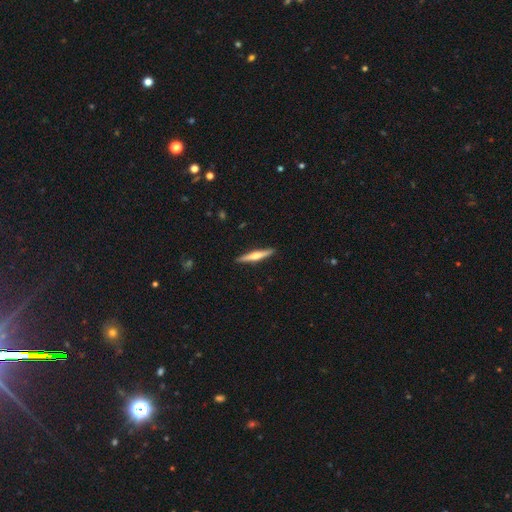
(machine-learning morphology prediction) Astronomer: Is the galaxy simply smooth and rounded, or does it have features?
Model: featured or disk — 58% (runner-up: smooth, 37%).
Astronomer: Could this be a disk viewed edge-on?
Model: yes — 97%.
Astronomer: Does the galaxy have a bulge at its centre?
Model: rounded — 87%.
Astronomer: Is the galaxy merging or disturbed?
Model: none — 91%.